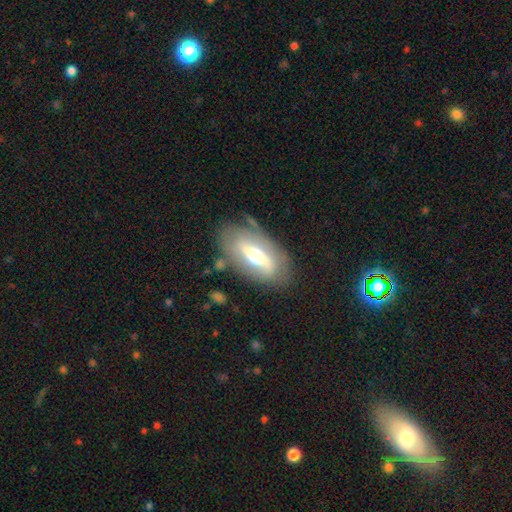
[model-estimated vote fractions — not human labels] This is likely a featured or disk galaxy (61%). It is clearly not viewed edge-on (82%). Bar: marginally strong (42%). Spiral arm pattern: possibly no (52%). Central bulge: likely moderate (69%). Merging: likely none (70%).